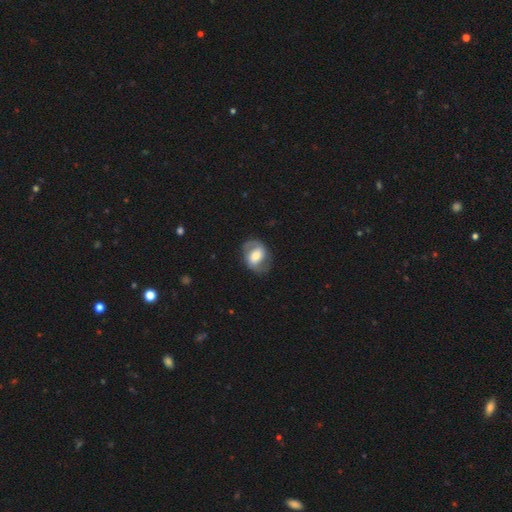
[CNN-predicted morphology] smooth-or-featured: featured or disk: 65% | smooth: 29% | star or artifact: 6%
  disk-edge-on: no: 97% | yes: 3%
    bar: weak: 40% | no: 32% | strong: 28%
    has-spiral-arms: yes: 81% | no: 19%
      spiral-winding: medium: 49% | loose: 28% | tight: 23%
      spiral-arm-count: 2: 87% | can't tell: 6% | 1: 4% | 3: 1% | 4: 1% | more than 4: 1%
    bulge-size: moderate: 53% | large: 24% | small: 17% | dominant: 3% | none: 2%
  merging: none: 75% | minor disturbance: 15% | major disturbance: 8% | merger: 1%